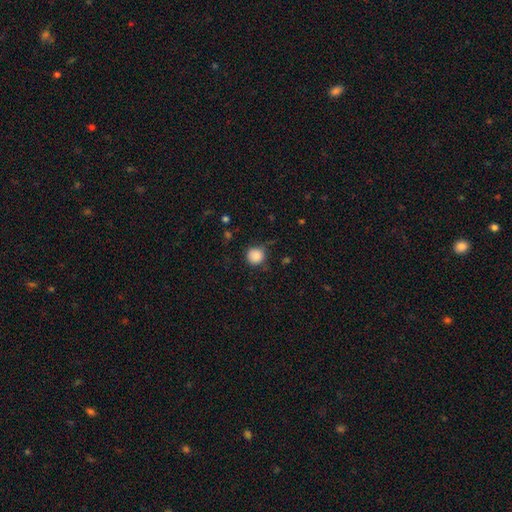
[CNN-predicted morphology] This is clearly a smooth galaxy (87%). How rounded: clearly round (93%). Merging: likely none (76%).